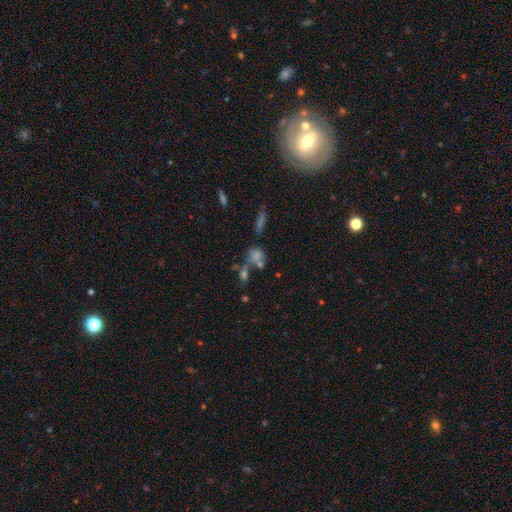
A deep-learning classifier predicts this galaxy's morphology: smooth-or-featured: smooth: 49% | star or artifact: 32% | featured or disk: 19%
  merging: none: 49% | merger: 31% | minor disturbance: 12% | major disturbance: 8%